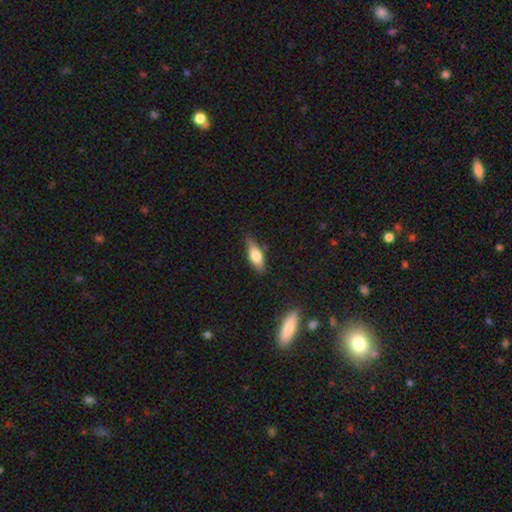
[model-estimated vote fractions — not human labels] A smooth galaxy with no disk features (63%) that is in between round and cigar-shaped (58%).

Vote fractions:
- Smooth or featured? smooth: 63% / featured or disk: 30% / star or artifact: 7%
- How rounded? in between: 58% / cigar-shaped: 39% / round: 3%
- Merging? none: 76% / minor disturbance: 18% / major disturbance: 4% / merger: 2%